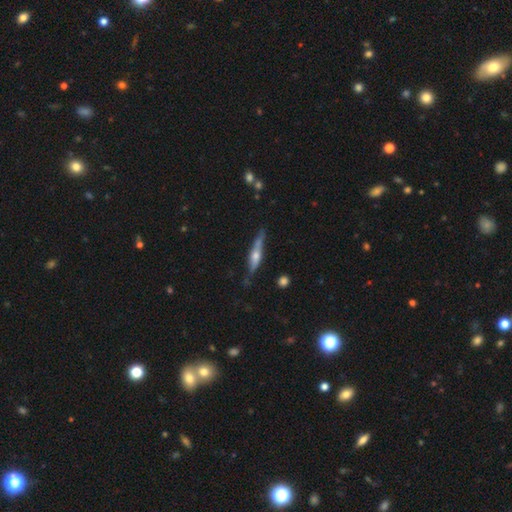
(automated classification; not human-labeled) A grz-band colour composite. It shows a featured or disk galaxy (60%) viewed edge-on (92%) with a rounded central bulge (82%). Merging: none (70%).